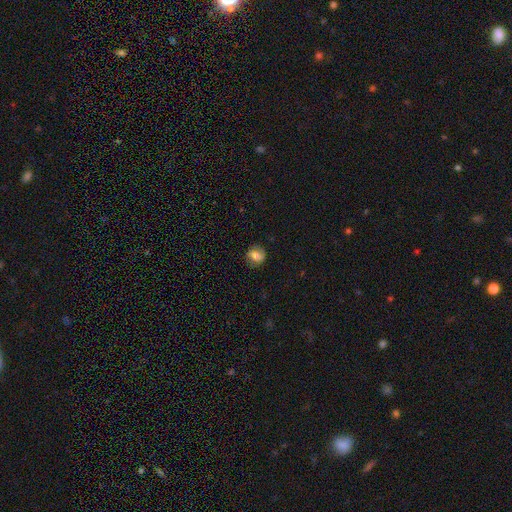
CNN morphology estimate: This is likely a smooth galaxy (67%). How rounded: likely round (67%). Merging: clearly none (81%).